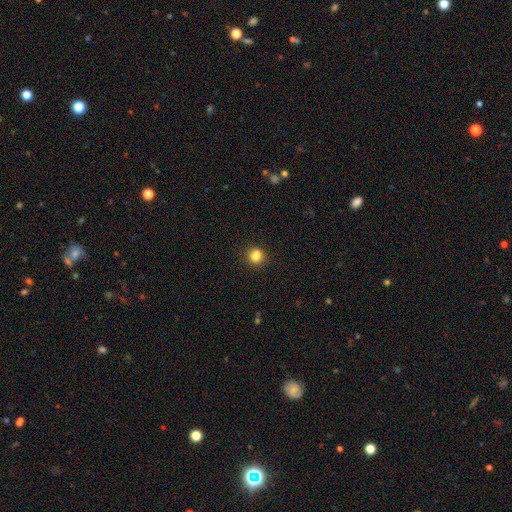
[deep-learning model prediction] smooth_or_featured: smooth (p=0.83) [alt: star or artifact p=0.12]
how_rounded: round (p=0.87) [alt: in between p=0.12]
merging: none (p=0.82) [alt: minor disturbance p=0.10]